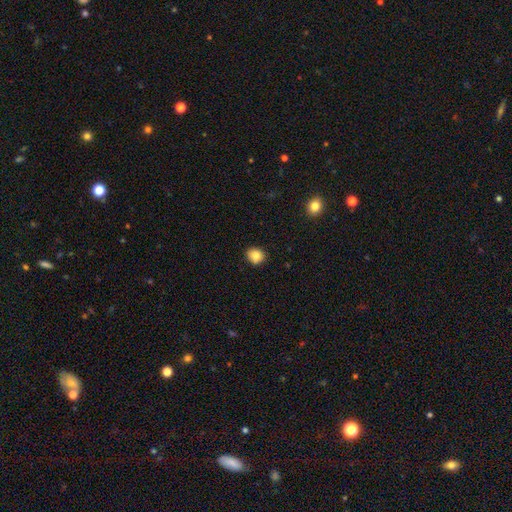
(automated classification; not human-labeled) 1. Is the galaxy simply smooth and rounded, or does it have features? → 83% smooth, 10% star or artifact, 7% featured or disk.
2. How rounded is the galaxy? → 78% round, 21% in between, 1% cigar-shaped.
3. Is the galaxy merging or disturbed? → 86% none, 10% minor disturbance, 2% major disturbance, 2% merger.